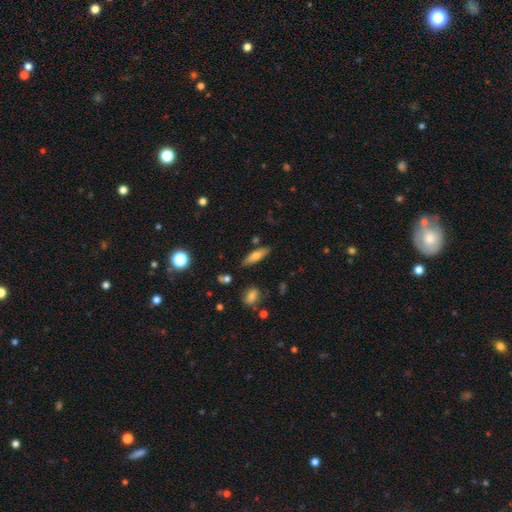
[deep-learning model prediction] A smooth galaxy with no disk features (66%) that is cigar-shaped (54%). Merging: none (81%).